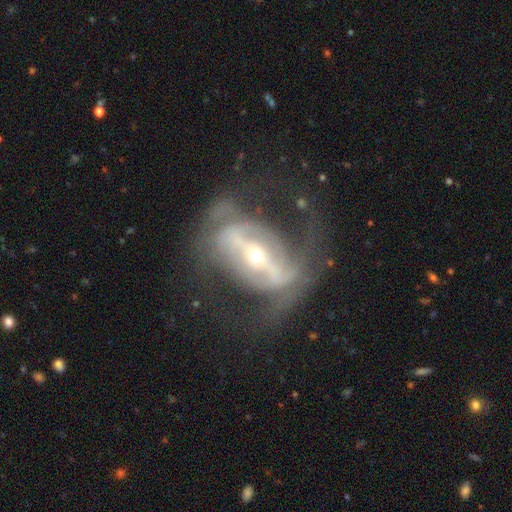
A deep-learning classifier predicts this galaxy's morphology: A featured or disk galaxy (84%) with a strong bar (68%), 2 (67%) medium (42%) spiral arms (69%) and a small central bulge (64%).

Vote fractions:
- Smooth or featured? featured or disk: 84% / smooth: 9% / star or artifact: 7%
- Edge-on disk? no: 89% / yes: 11%
- Bar? strong: 68% / weak: 19% / no: 13%
- Spiral arms? yes: 69% / no: 31%
- Spiral winding? medium: 42% / loose: 30% / tight: 27%
- Spiral arm count? 2: 67% / can't tell: 21% / 3: 4% / 1: 4% / 4: 2% / more than 4: 2%
- Bulge size? small: 64% / moderate: 31% / large: 2% / dominant: 1% / none: 1%
- Merging? none: 48% / major disturbance: 32% / minor disturbance: 17% / merger: 3%